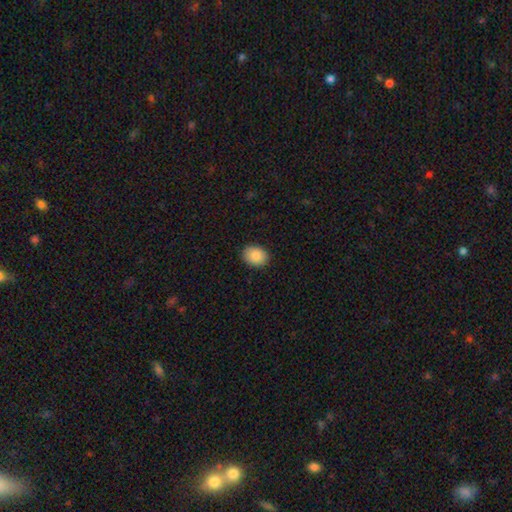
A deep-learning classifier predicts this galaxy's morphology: The model was most divided on "how rounded": in between: 51%, round: 48%, cigar-shaped: 1%. More confident: merging — none (89%); smooth or featured — smooth (86%).